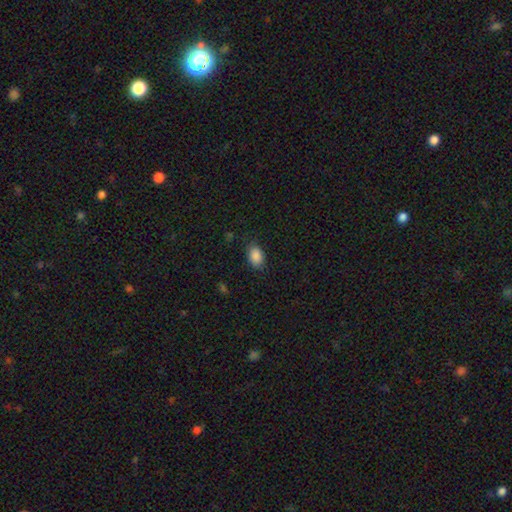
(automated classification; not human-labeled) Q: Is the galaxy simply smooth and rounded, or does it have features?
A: smooth — 88%.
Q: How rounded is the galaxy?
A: in between — 85%.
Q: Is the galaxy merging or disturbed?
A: none — 83%.